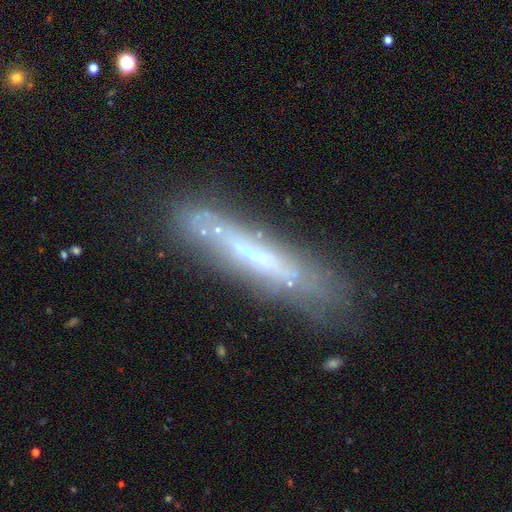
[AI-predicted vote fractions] Smooth or featured? featured or disk (64%)
Edge-on disk? yes (63%)
Merging? none (64%)